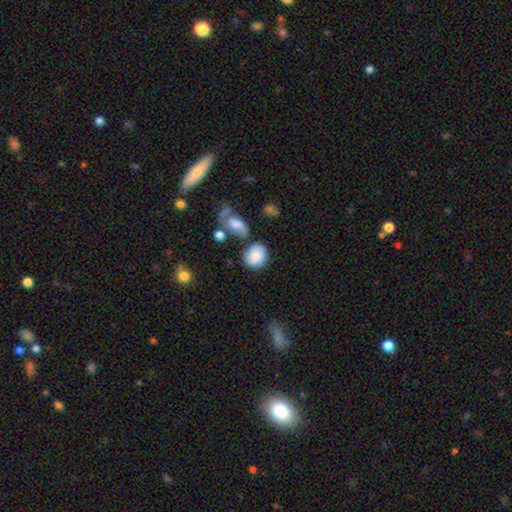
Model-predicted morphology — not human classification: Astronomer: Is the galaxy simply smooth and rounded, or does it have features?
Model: smooth — 80%.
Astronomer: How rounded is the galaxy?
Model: round — 66%.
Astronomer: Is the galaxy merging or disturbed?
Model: none — 59%.